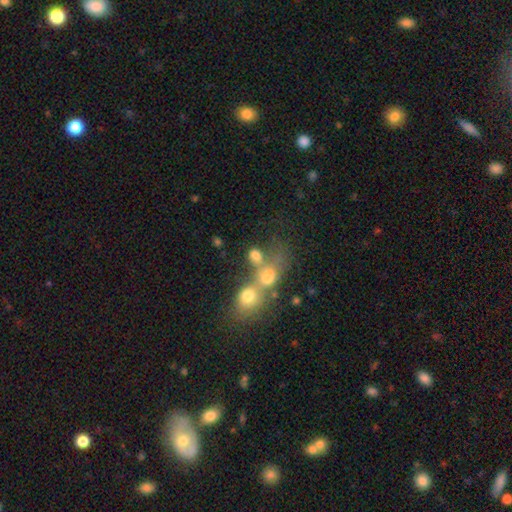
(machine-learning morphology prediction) Smooth or featured: smooth — 69% (star or artifact — 16%)
How rounded: round — 59% (in between — 39%)
Merging: merger — 52% (none — 30%)